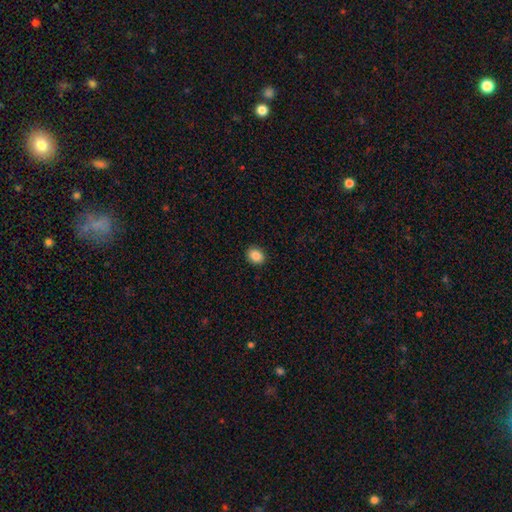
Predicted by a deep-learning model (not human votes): Overall: smooth (87%). How rounded: in between (54%; round 45%). Merging: none (91%).